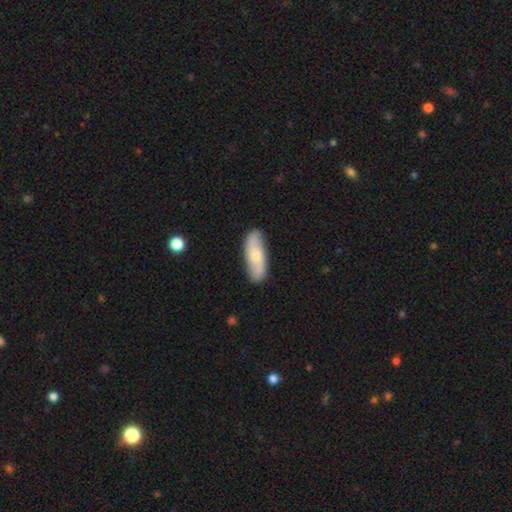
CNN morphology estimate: Q: Smooth or featured?
A: smooth (56%); runner-up: featured or disk (39%)
Q: How rounded?
A: in between (64%); runner-up: cigar-shaped (33%)
Q: Merging?
A: none (84%); runner-up: minor disturbance (12%)